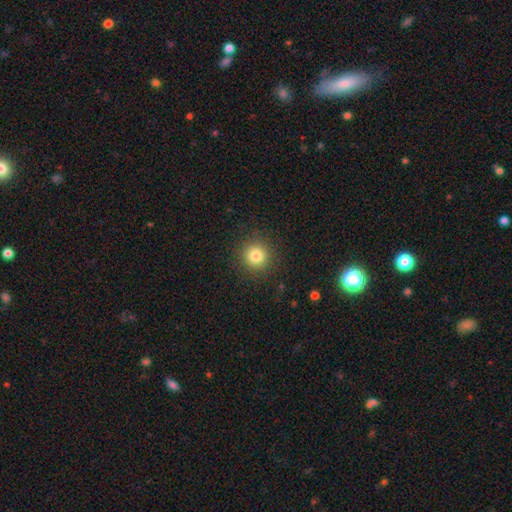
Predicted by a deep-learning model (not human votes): Morphology: type=smooth (82%); roundness=round (94%); merging=none (90%).